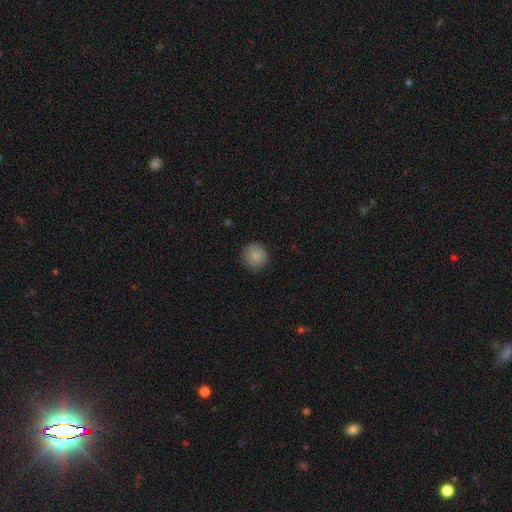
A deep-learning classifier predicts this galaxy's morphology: A smooth galaxy with no disk features (83%) that is round (93%). Merging: none (85%).